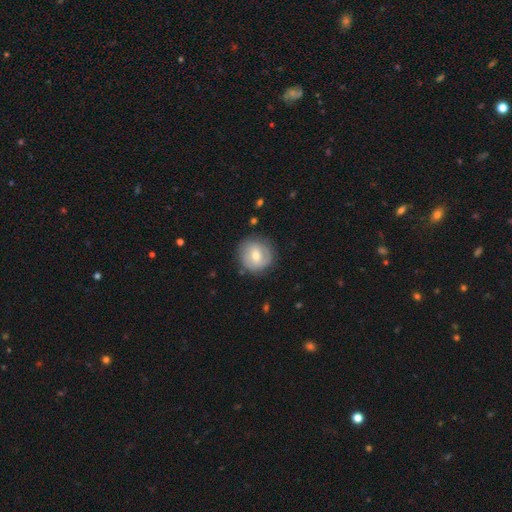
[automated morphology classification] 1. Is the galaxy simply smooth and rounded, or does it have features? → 50% smooth, 43% featured or disk, 7% star or artifact.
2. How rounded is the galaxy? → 91% round, 8% in between, 1% cigar-shaped.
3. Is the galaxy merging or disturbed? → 81% none, 13% minor disturbance, 4% major disturbance, 2% merger.